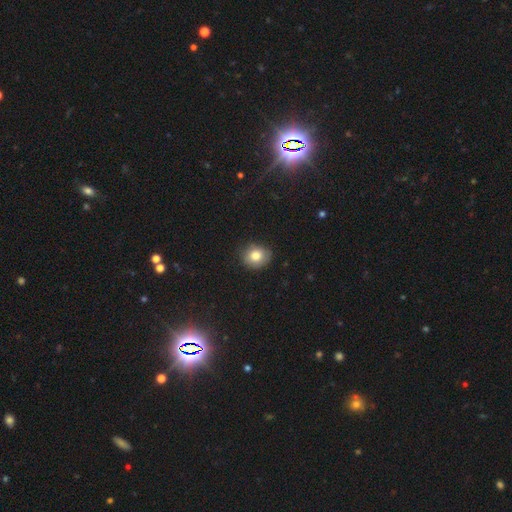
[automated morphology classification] Smooth or featured?
  - smooth: 81% *
  - star or artifact: 10%
  - featured or disk: 9%
How rounded?
  - round: 68% *
  - in between: 31%
  - cigar-shaped: 1%
Merging?
  - none: 80% *
  - minor disturbance: 16%
  - major disturbance: 3%
  - merger: 1%